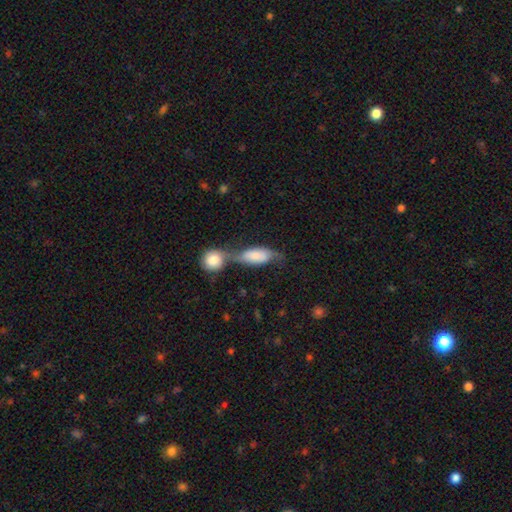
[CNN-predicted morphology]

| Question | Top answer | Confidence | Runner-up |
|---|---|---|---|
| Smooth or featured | smooth | 66% | featured or disk (28%) |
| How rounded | in between | 82% | cigar-shaped (11%) |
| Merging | merger | 64% | none (16%) |